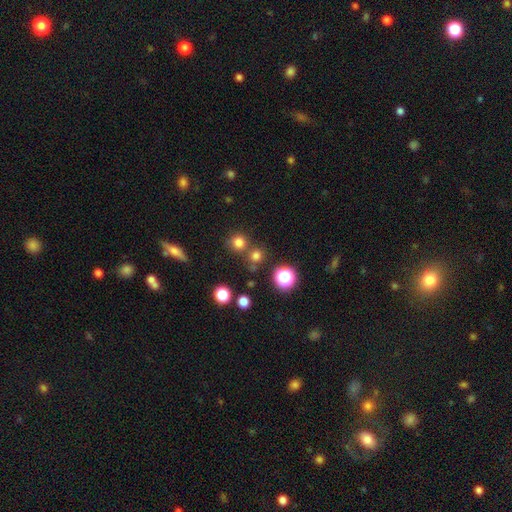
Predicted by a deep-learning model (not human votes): smooth 71%, star or artifact 23%, featured or disk 6%. Down the decision tree: how rounded — round (91%); merging — none (69%).